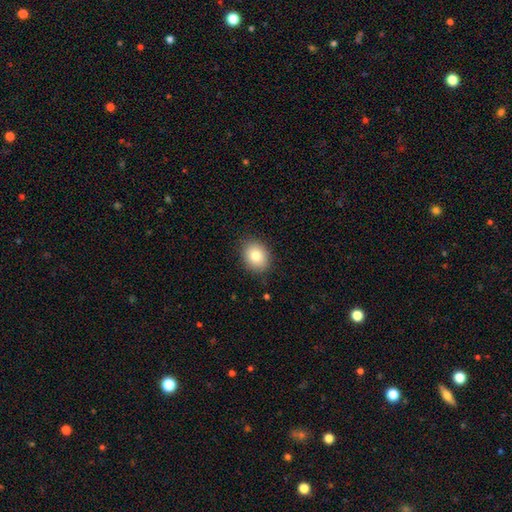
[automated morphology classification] A smooth galaxy with no disk features (81%) that is in between round and cigar-shaped (50%). Merging: none (87%).